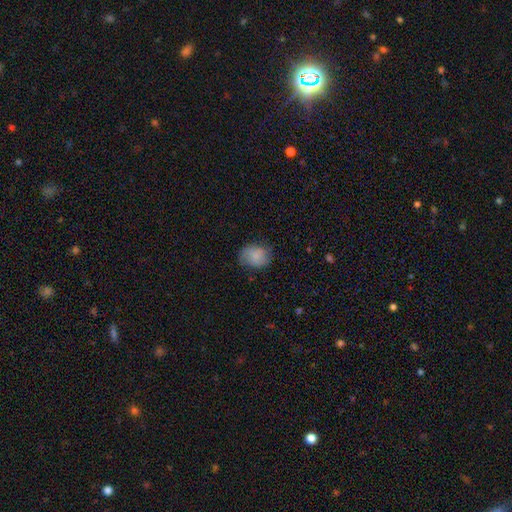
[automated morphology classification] The model was most divided on "how rounded": in between: 58%, round: 41%, cigar-shaped: 1%. More confident: smooth or featured — smooth (80%); merging — none (69%).